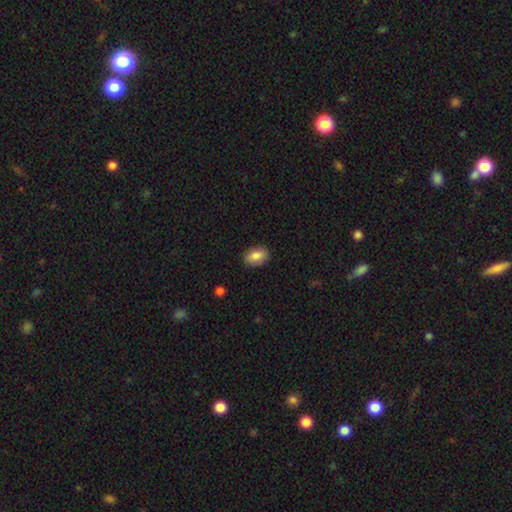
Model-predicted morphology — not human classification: The model was most divided on "how rounded": in between: 86%, round: 12%, cigar-shaped: 2%. More confident: merging — none (86%); smooth or featured — smooth (84%).